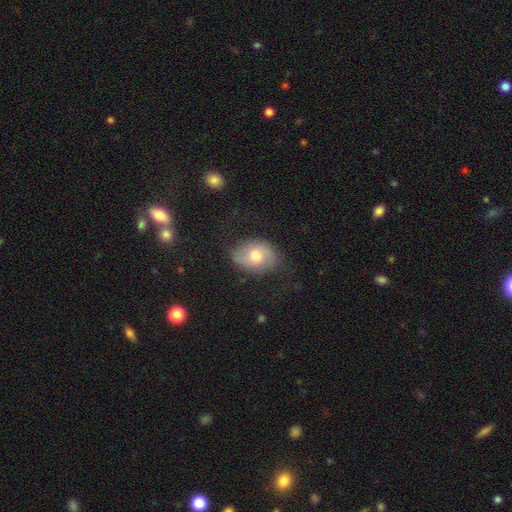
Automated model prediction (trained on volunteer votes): This appears to be a smooth galaxy with no disk features (59%) that is in between round and cigar-shaped (73%). Merging: none (74%).